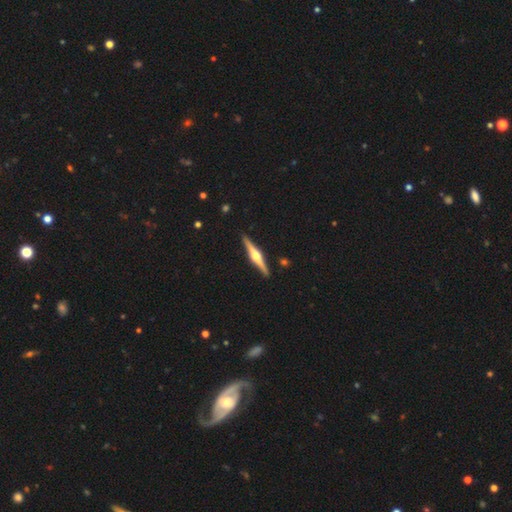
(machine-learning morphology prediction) Smooth or featured: featured or disk — 80% (smooth — 15%)
Edge-on disk: yes — 98% (no — 2%)
Edge-on bulge: rounded — 94% (boxy — 4%)
Merging: none — 92% (minor disturbance — 6%)